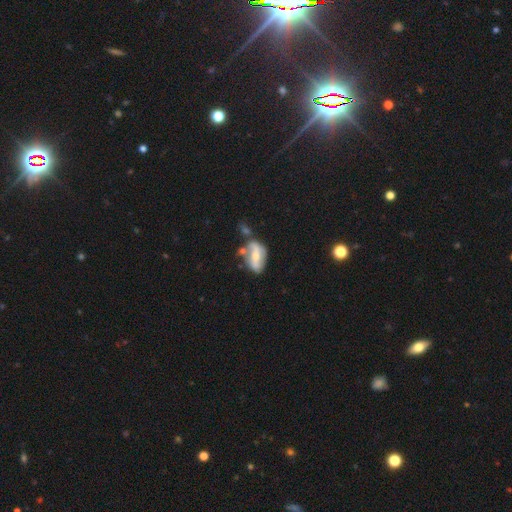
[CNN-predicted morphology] Smooth or featured?
  - featured or disk: 64% *
  - smooth: 29%
  - star or artifact: 7%
Edge-on disk?
  - no: 92% *
  - yes: 8%
Bar?
  - strong: 38% *
  - no: 31%
  - weak: 31%
Spiral arms?
  - yes: 70% *
  - no: 30%
Bulge size?
  - moderate: 51% *
  - small: 43%
  - large: 3%
  - none: 2%
  - dominant: 1%
Merging?
  - none: 41% *
  - merger: 24%
  - minor disturbance: 23%
  - major disturbance: 12%